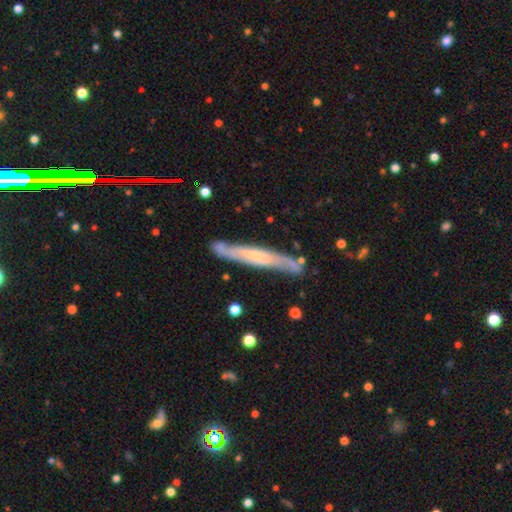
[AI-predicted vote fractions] Overall: featured or disk (65%; smooth 29%). Edge-on disk: yes (69%; no 31%). Merging: none (76%).